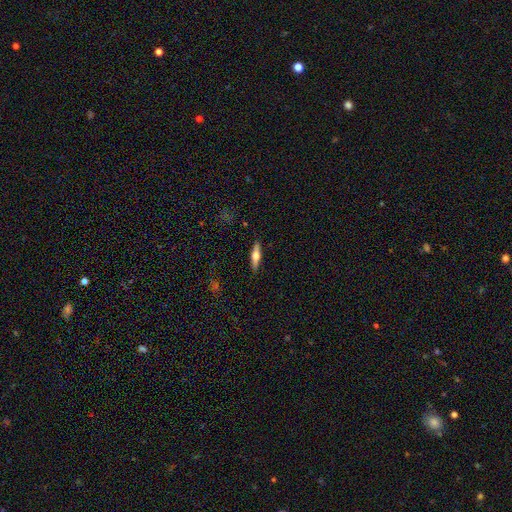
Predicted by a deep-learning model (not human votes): Morphology: type=featured or disk (53%); edge-on=yes (94%); merging=none (89%).